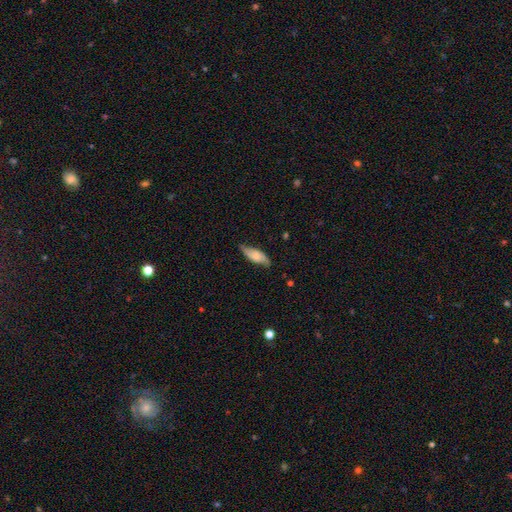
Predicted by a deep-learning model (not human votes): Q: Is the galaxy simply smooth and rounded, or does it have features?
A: smooth — 49%.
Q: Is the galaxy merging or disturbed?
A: none — 72%.